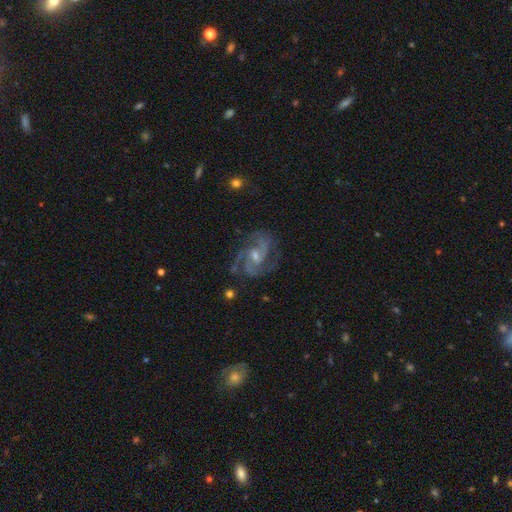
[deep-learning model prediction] Q: Smooth or featured?
A: featured or disk (89%); runner-up: star or artifact (7%)
Q: Edge-on disk?
A: no (98%); runner-up: yes (2%)
Q: Bar?
A: weak (46%); runner-up: no (40%)
Q: Spiral arms?
A: yes (98%); runner-up: no (2%)
Q: Spiral winding?
A: medium (55%); runner-up: tight (31%)
Q: Spiral arm count?
A: 3 (39%); runner-up: 2 (32%)
Q: Bulge size?
A: small (52%); runner-up: moderate (41%)
Q: Merging?
A: none (73%); runner-up: minor disturbance (16%)